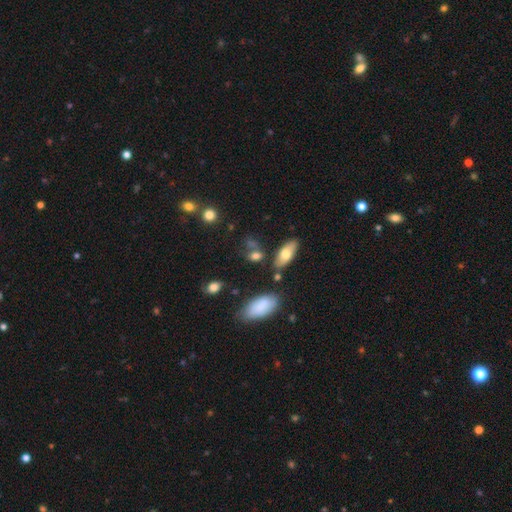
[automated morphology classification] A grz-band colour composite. It shows a smooth galaxy with no disk features (74%) that is in between round and cigar-shaped (67%). Merging: none (62%).